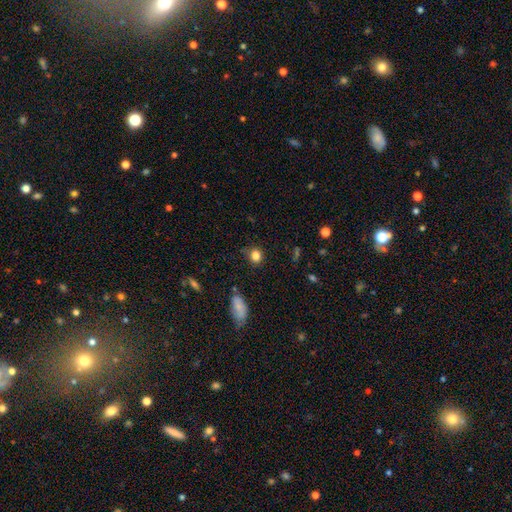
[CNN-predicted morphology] Smooth or featured? smooth (84%)
How rounded? round (78%)
Merging? none (81%)